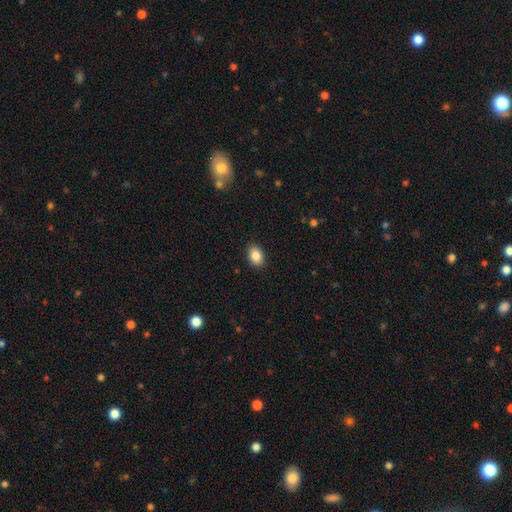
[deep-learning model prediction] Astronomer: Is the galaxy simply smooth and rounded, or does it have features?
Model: smooth — 87%.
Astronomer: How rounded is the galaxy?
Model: in between — 71%.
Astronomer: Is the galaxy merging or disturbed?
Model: none — 89%.